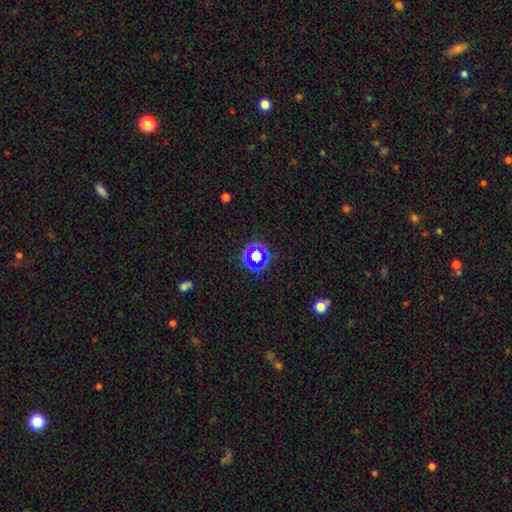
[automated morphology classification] Smooth or featured?
  - star or artifact: 60% *
  - smooth: 30%
  - featured or disk: 11%